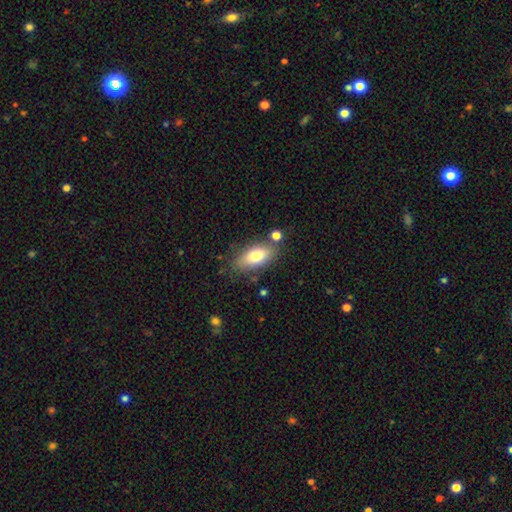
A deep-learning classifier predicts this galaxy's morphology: Smooth or featured? Predicted: smooth (p=0.75). How rounded? Predicted: in between (p=0.86). Merging? Predicted: none (p=0.74).